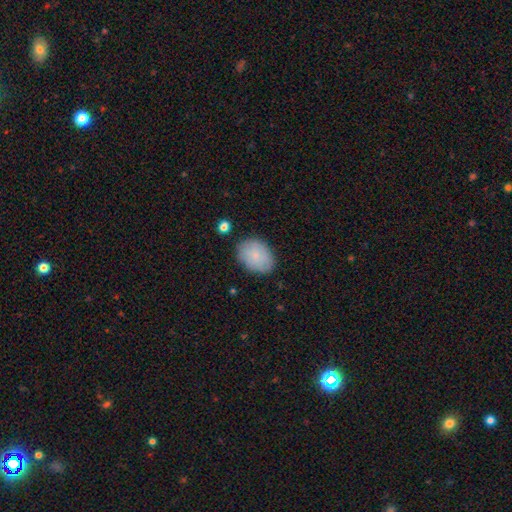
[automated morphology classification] Overall: smooth (81%). How rounded: in between (77%). Merging: none (81%).